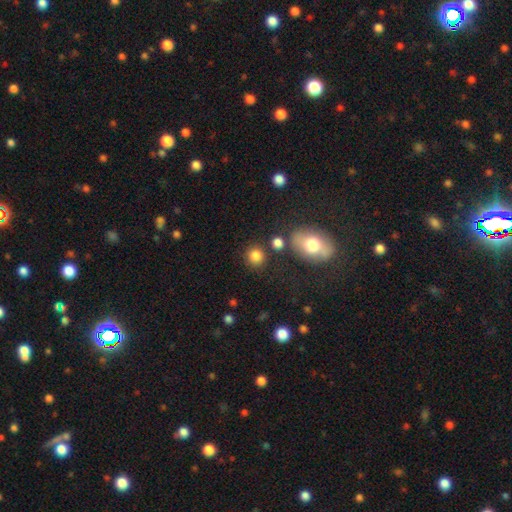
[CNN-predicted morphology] Smooth or featured? smooth (83%)
How rounded? round (87%)
Merging? none (81%)